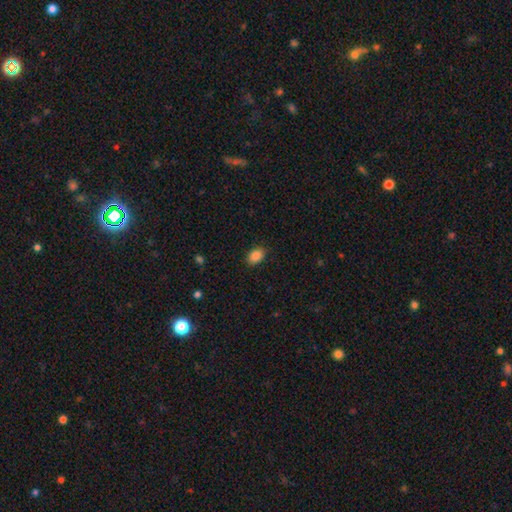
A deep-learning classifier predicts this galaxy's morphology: type=smooth (87%); roundness=in between (85%); merging=none (86%).